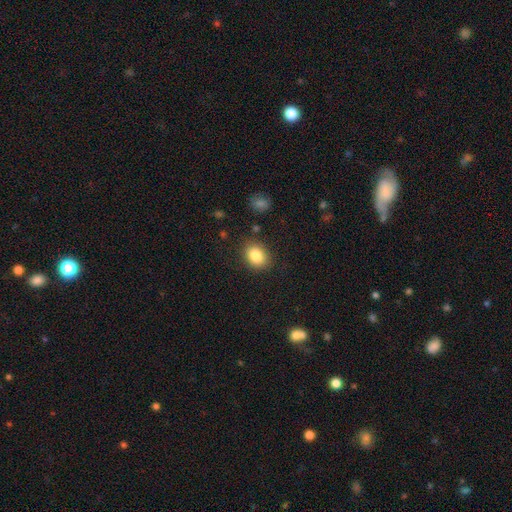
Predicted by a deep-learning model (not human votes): Smooth or featured: smooth — 85% (star or artifact — 9%)
How rounded: in between — 63% (round — 36%)
Merging: none — 85% (minor disturbance — 10%)